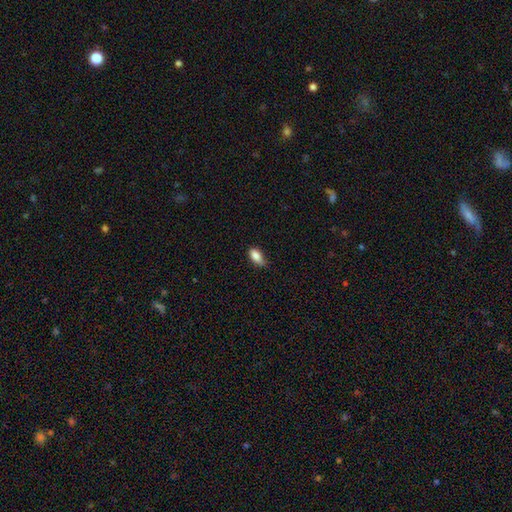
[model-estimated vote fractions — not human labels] Overall: smooth (86%). How rounded: in between (88%). Merging: none (64%; minor disturbance 30%).